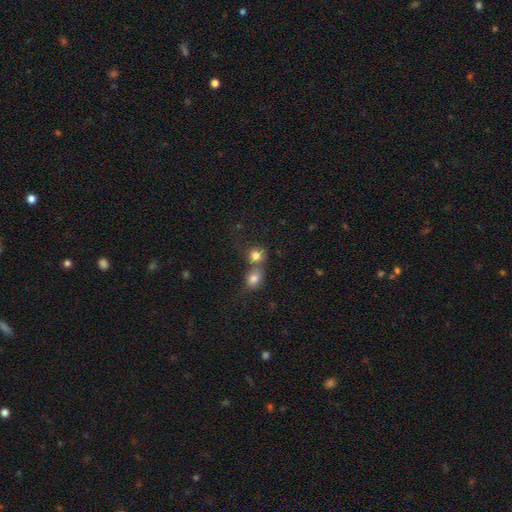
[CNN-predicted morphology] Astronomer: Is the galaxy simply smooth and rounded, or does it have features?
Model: smooth — 80%.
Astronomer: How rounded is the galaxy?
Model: round — 78%.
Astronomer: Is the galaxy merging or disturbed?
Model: merger — 52% (runner-up: none, 36%).